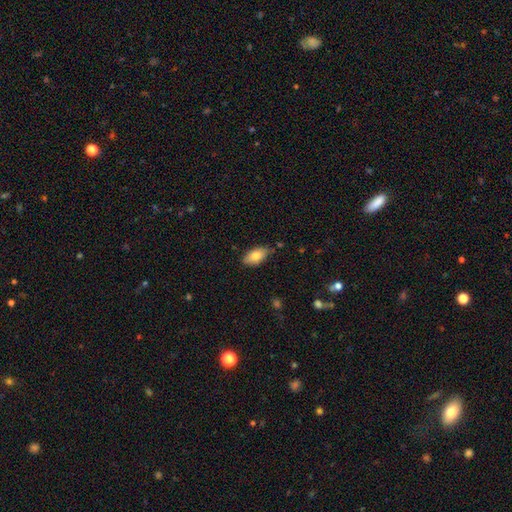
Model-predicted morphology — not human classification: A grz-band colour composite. It shows a smooth galaxy with no disk features (81%) that is in between round and cigar-shaped (92%). Merging: none (77%).